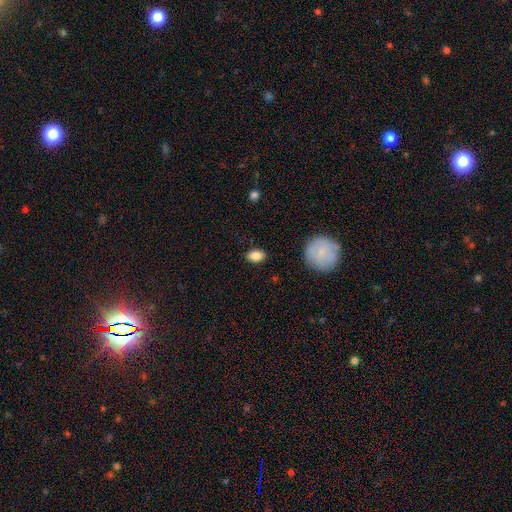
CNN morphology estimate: A smooth galaxy with no disk features (86%) that is in between round and cigar-shaped (84%). Merging: none (86%).